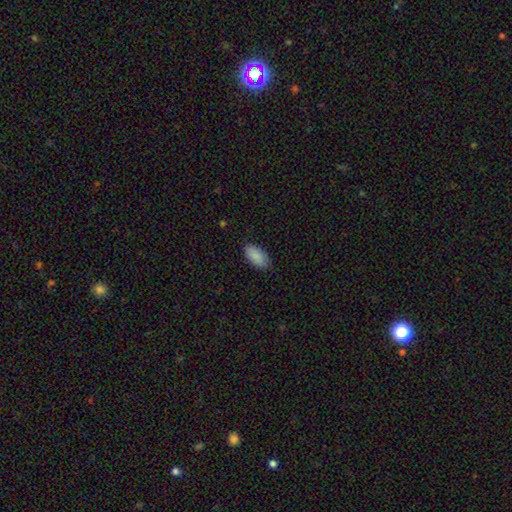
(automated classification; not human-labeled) This appears to be a smooth galaxy with no disk features (89%) that is in between round and cigar-shaped (94%). Merging: none (83%).